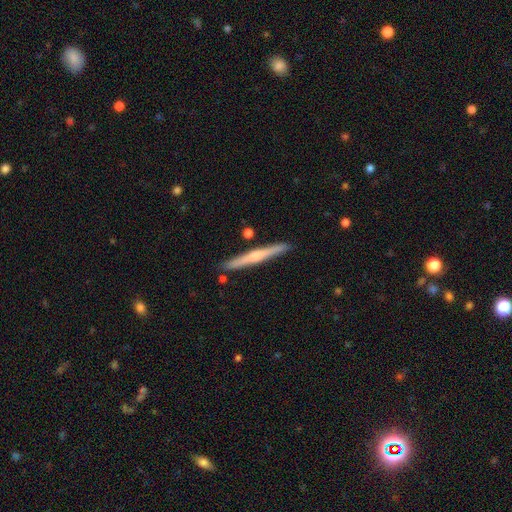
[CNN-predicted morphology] Q: Smooth or featured?
A: featured or disk (62%); runner-up: smooth (30%)
Q: Edge-on disk?
A: yes (96%); runner-up: no (4%)
Q: Edge-on bulge?
A: rounded (65%); runner-up: none (28%)
Q: Merging?
A: none (87%); runner-up: minor disturbance (9%)